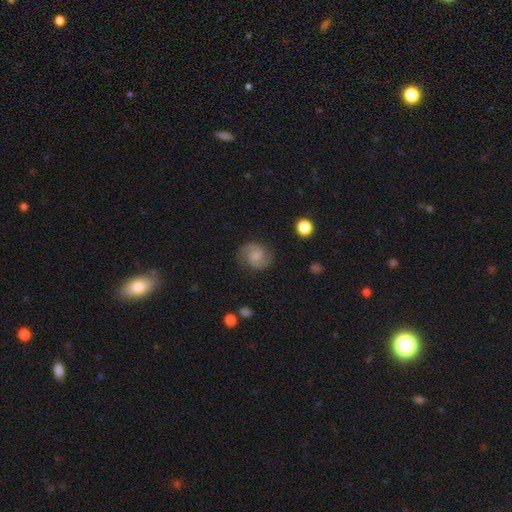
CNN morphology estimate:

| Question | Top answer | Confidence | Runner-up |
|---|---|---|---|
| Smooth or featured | featured or disk | 79% | smooth (14%) |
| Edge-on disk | no | 98% | yes (2%) |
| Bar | no | 54% | weak (39%) |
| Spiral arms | yes | 97% | no (3%) |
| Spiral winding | medium | 57% | tight (27%) |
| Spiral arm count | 2 | 93% | can't tell (3%) |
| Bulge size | none | 37% | small (30%) |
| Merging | none | 82% | minor disturbance (12%) |